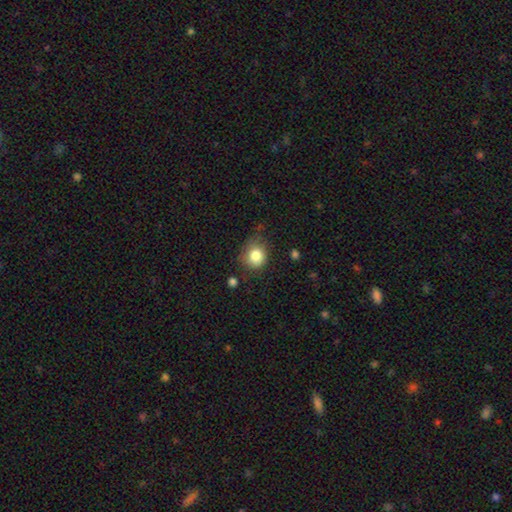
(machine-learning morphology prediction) Smooth or featured? Predicted: smooth (p=0.83). How rounded? Predicted: round (p=0.77). Merging? Predicted: none (p=0.61).